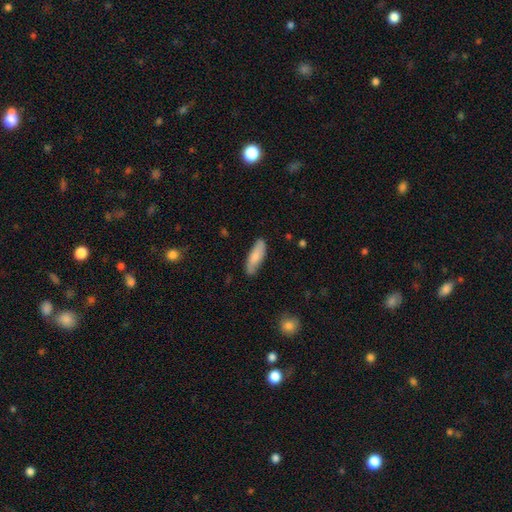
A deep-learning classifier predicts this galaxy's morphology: Smooth or featured? Predicted: smooth (p=0.77). How rounded? Predicted: in between (p=0.53). Merging? Predicted: none (p=0.80).